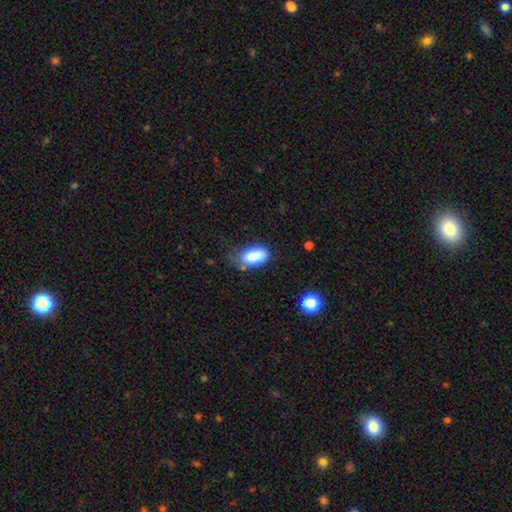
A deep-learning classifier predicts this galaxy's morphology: A smooth galaxy with no disk features (85%) that is in between round and cigar-shaped (92%). Merging: none (58%).